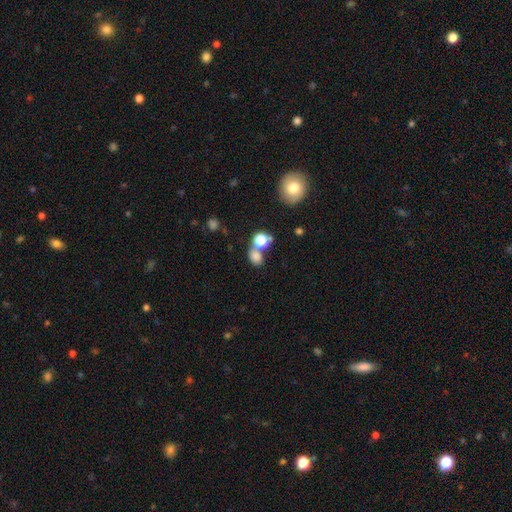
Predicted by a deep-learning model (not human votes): smooth-or-featured: smooth: 75% | star or artifact: 18% | featured or disk: 7%
  how-rounded: round: 51% | in between: 48% | cigar-shaped: 1%
  merging: none: 50% | merger: 34% | minor disturbance: 11% | major disturbance: 6%